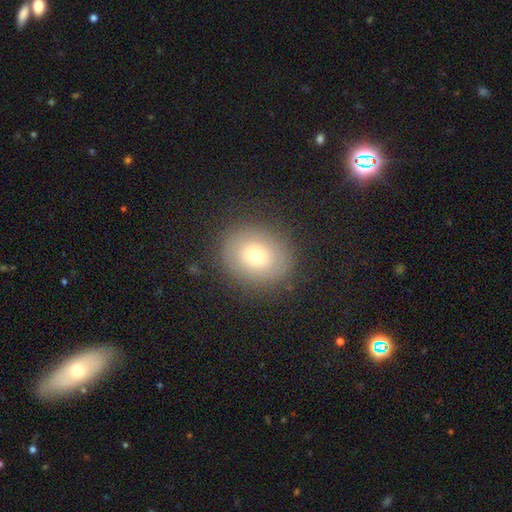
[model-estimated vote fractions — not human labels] This appears to be a smooth galaxy with no disk features (64%) that is round (73%). Merging: none (86%).